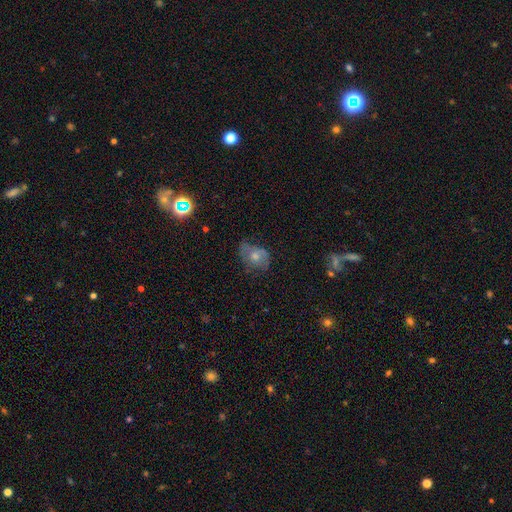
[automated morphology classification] A smooth galaxy with no disk features (59%) that is in between round and cigar-shaped (65%). Merging: minor disturbance (37%, tied with none).